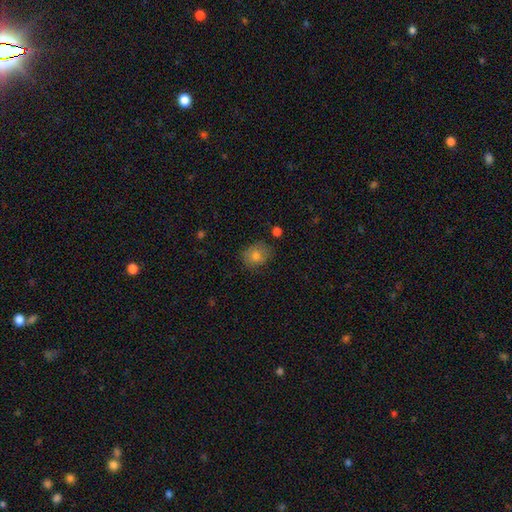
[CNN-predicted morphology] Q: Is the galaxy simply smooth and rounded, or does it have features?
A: smooth — 79%.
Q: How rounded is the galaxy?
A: round — 60%.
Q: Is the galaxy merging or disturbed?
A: none — 76%.